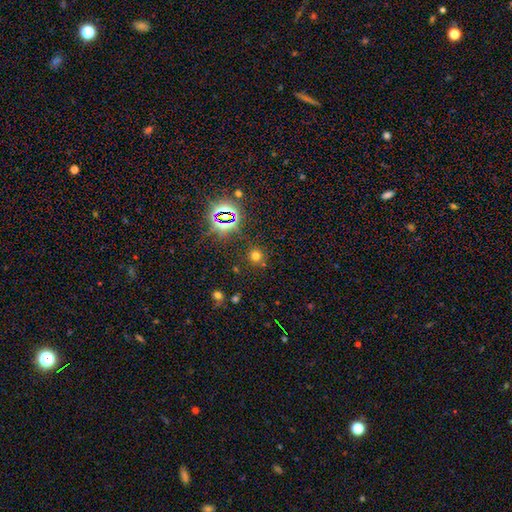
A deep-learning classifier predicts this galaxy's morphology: Smooth or featured: smooth — 59% (star or artifact — 33%)
How rounded: round — 91% (in between — 8%)
Merging: none — 84% (minor disturbance — 8%)